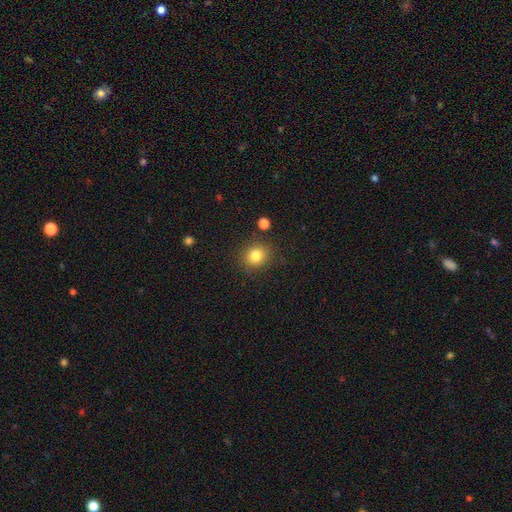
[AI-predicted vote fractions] Smooth or featured? smooth (82%)
How rounded? round (81%)
Merging? none (86%)